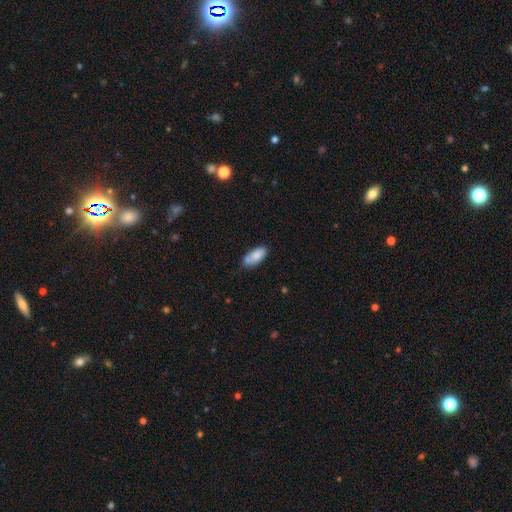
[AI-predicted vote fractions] This appears to be a smooth galaxy with no disk features (81%) that is in between round and cigar-shaped (87%). Merging: none (59%).